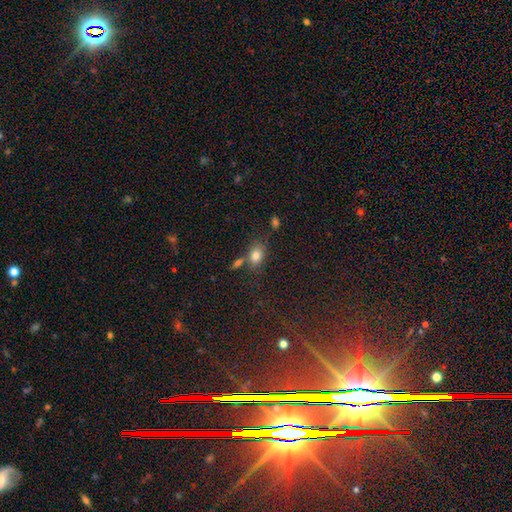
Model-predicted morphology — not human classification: This appears to be a smooth galaxy with no disk features (80%) that is in between round and cigar-shaped (77%). Merging: none (61%).